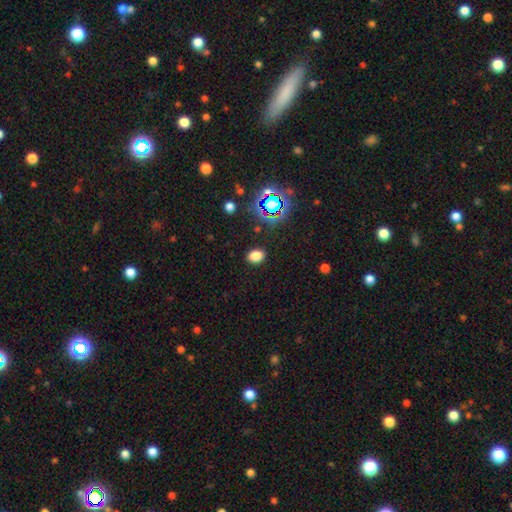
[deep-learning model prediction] Smooth or featured: smooth — 78% (star or artifact — 17%)
How rounded: in between — 70% (round — 28%)
Merging: none — 87% (minor disturbance — 8%)